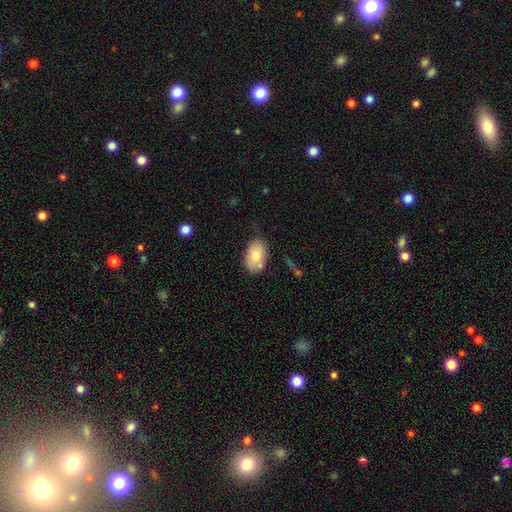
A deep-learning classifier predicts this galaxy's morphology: Smooth or featured? Predicted: smooth (p=0.74). How rounded? Predicted: in between (p=0.86). Merging? Predicted: none (p=0.67).